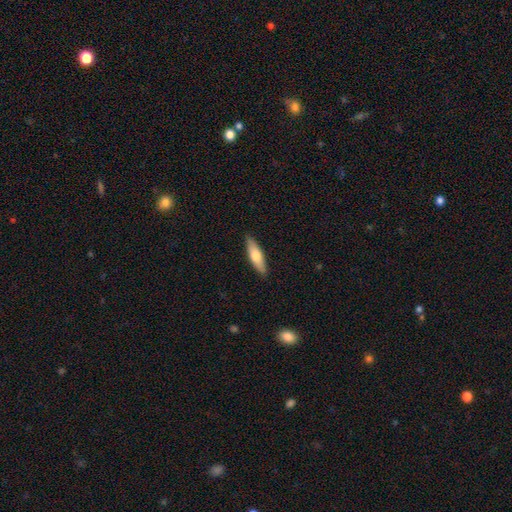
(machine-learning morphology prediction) The model was most divided on "how rounded": cigar-shaped: 60%, in between: 38%, round: 2%. More confident: merging — none (89%); smooth or featured — smooth (63%).